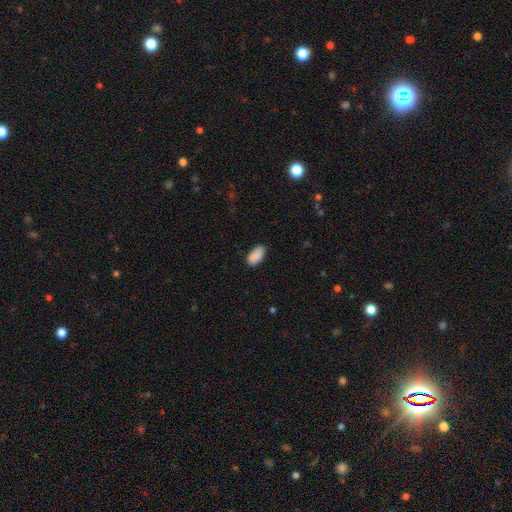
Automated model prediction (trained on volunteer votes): smooth-or-featured: smooth: 90% | star or artifact: 7% | featured or disk: 3%
  how-rounded: in between: 94% | cigar-shaped: 3% | round: 2%
  merging: none: 85% | minor disturbance: 11% | major disturbance: 2% | merger: 1%